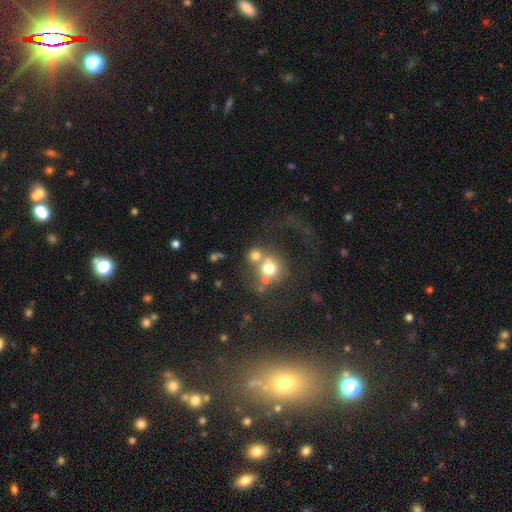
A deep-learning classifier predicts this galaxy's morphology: A smooth galaxy with no disk features (62%) that is round (83%).

Vote fractions:
- Smooth or featured? smooth: 62% / featured or disk: 22% / star or artifact: 16%
- How rounded? round: 83% / in between: 16% / cigar-shaped: 1%
- Merging? merger: 44% / none: 35% / major disturbance: 12% / minor disturbance: 9%